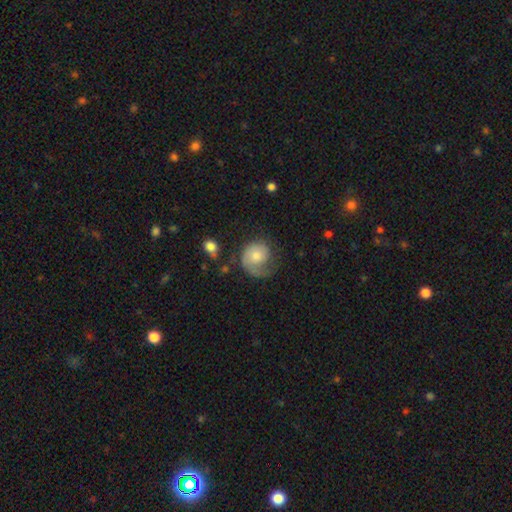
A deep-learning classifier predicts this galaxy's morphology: featured or disk 54%, smooth 39%, star or artifact 7%. Down the decision tree: edge-on disk — no (98%); bar — no (78%); spiral arms — yes (85%); bulge size — moderate (52%); merging — none (43%).